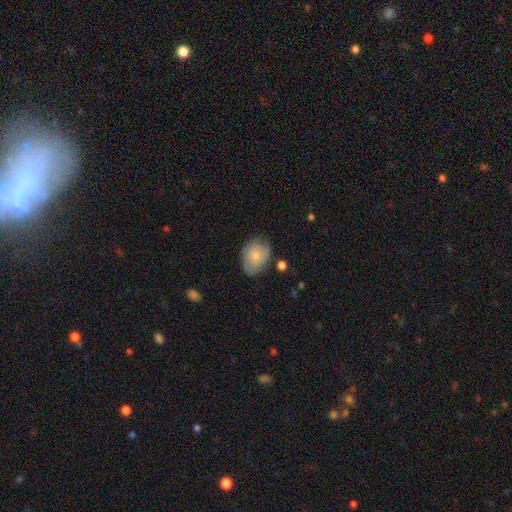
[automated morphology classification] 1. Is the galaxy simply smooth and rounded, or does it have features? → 71% smooth, 22% featured or disk, 7% star or artifact.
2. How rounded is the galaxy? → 65% in between, 34% round, 1% cigar-shaped.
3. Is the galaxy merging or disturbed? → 68% none, 24% minor disturbance, 6% major disturbance, 3% merger.